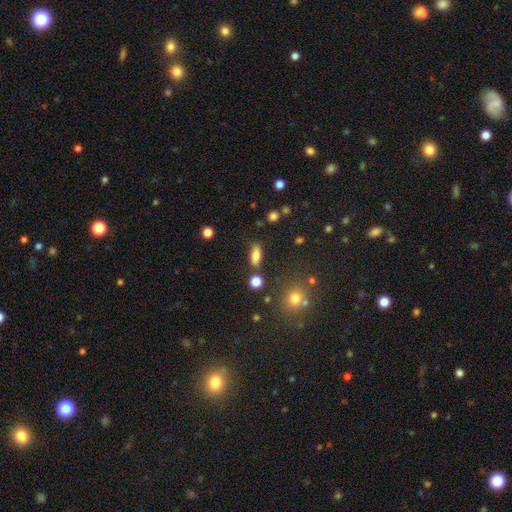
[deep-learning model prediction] Overall: smooth (81%). How rounded: in between (70%). Merging: none (78%).